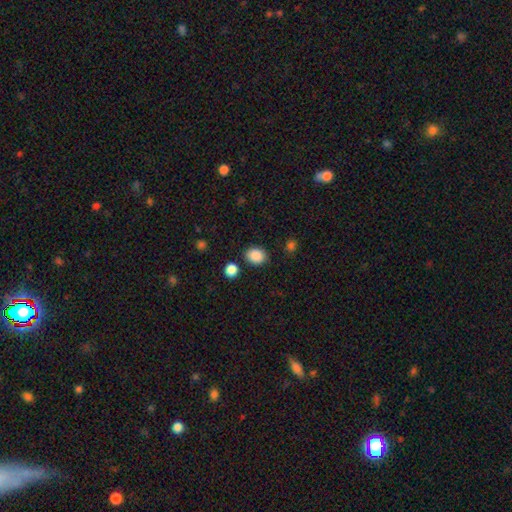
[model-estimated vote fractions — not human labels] Q: Smooth or featured?
A: smooth (88%); runner-up: star or artifact (9%)
Q: How rounded?
A: in between (51%); runner-up: round (48%)
Q: Merging?
A: none (84%); runner-up: minor disturbance (10%)